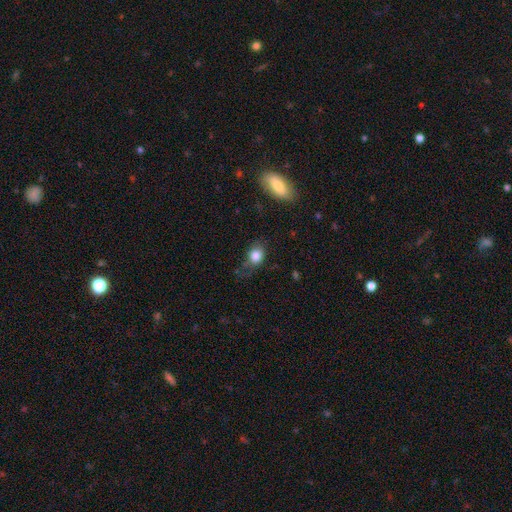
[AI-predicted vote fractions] Smooth or featured: smooth — 81% (featured or disk — 10%)
How rounded: in between — 54% (round — 44%)
Merging: none — 52% (minor disturbance — 28%)